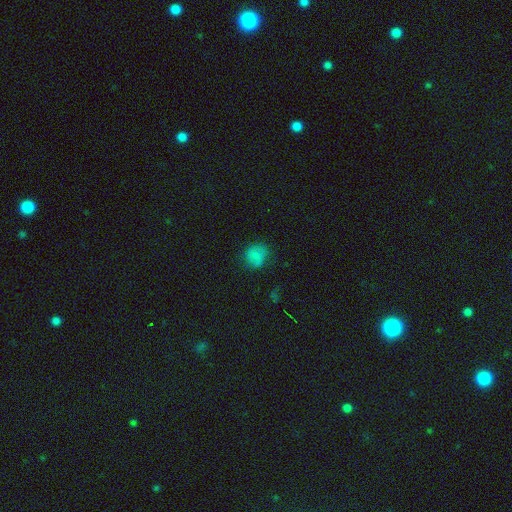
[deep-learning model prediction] This is likely a smooth galaxy (72%). How rounded: likely round (73%). Merging: likely none (66%).